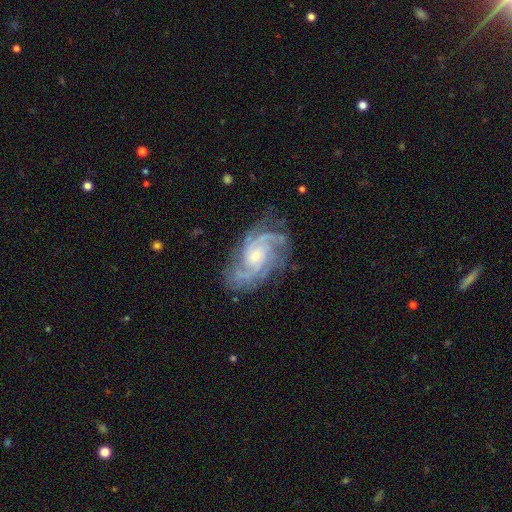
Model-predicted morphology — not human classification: The model was most divided on "spiral arm count": 3: 29%, 2: 21%, 4: 20%, can't tell: 17%, more than 4: 7%, 1: 6%. More confident: spiral arms — yes (98%); edge-on disk — no (97%); smooth or featured — featured or disk (90%); merging — none (74%); bar — no (68%); bulge size — small (59%); spiral winding — tight (54%).